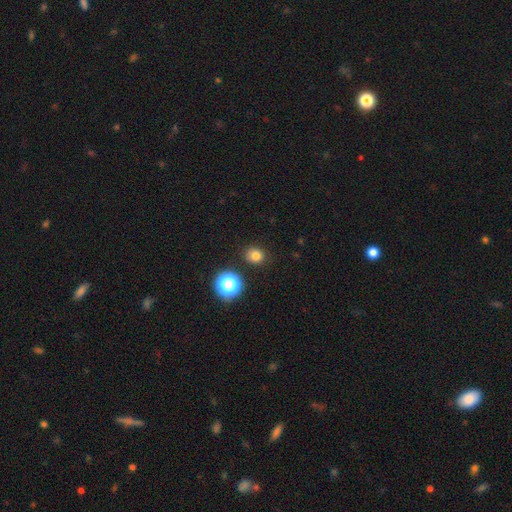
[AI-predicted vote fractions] Overall: smooth (78%). How rounded: round (78%). Merging: none (87%).